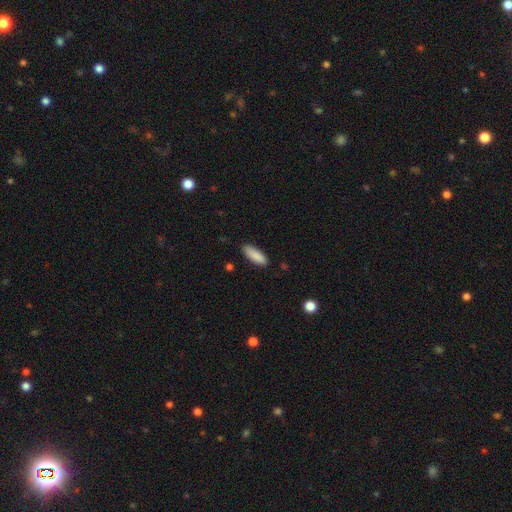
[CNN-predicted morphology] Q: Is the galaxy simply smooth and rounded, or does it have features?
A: smooth — 89%.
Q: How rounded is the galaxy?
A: in between — 59%.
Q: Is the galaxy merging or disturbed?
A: none — 86%.